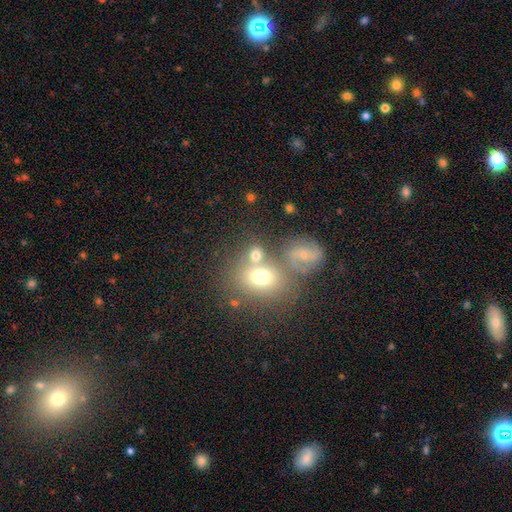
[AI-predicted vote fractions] smooth 65%, featured or disk 22%, star or artifact 13%. Down the decision tree: how rounded — round (56%); merging — none (51%).